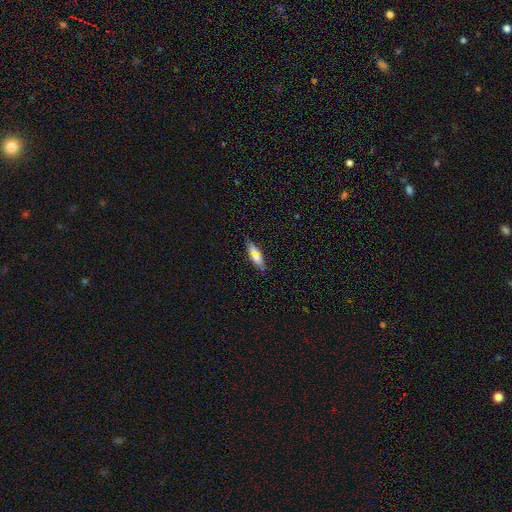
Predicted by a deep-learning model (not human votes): Overall: smooth (64%). How rounded: cigar-shaped (48%, tied with in between). Merging: none (85%).